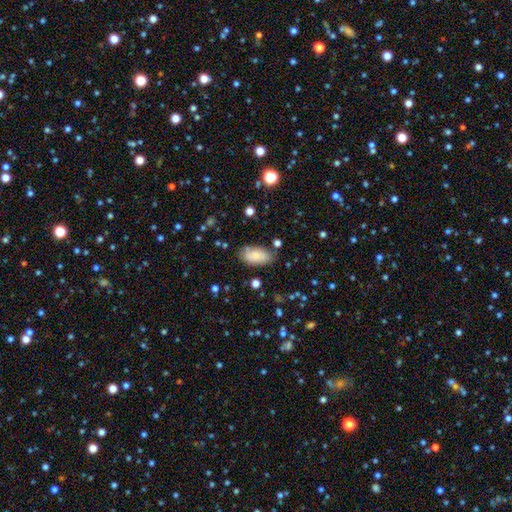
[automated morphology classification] Smooth or featured? smooth (83%)
How rounded? in between (94%)
Merging? none (75%)